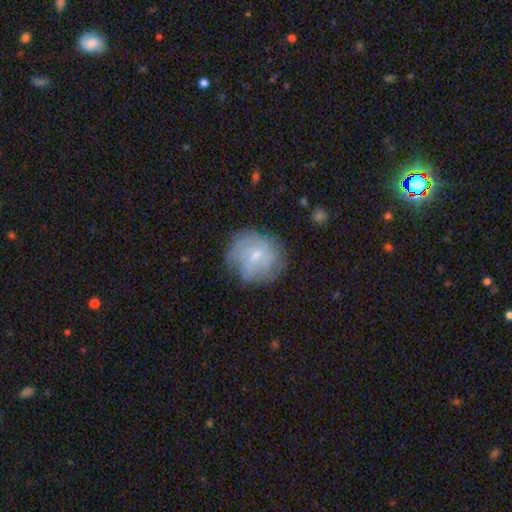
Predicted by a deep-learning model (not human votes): The model was most divided on "bar": weak: 49%, no: 44%, strong: 7%. More confident: edge-on disk — no (97%); spiral arms — yes (75%); merging — none (67%); bulge size — small (60%); smooth or featured — featured or disk (55%).